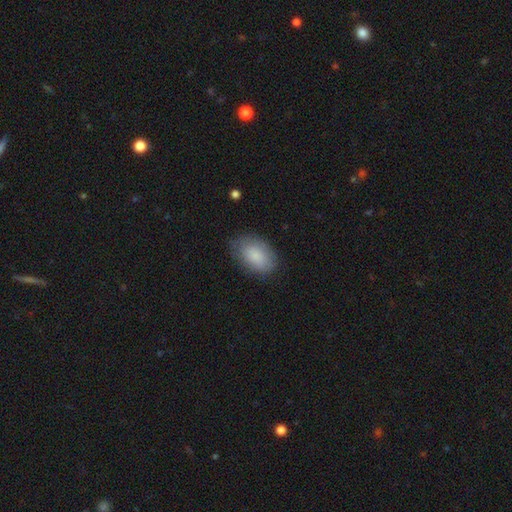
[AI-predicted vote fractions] A smooth galaxy with no disk features (84%) that is in between round and cigar-shaped (90%). Merging: none (76%).